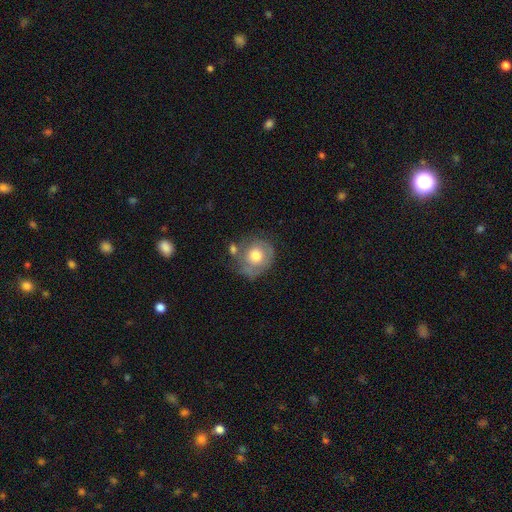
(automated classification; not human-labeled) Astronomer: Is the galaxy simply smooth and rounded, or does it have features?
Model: smooth — 54% (runner-up: featured or disk, 39%).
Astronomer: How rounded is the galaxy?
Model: round — 85%.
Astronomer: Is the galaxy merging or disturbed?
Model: none — 51%.